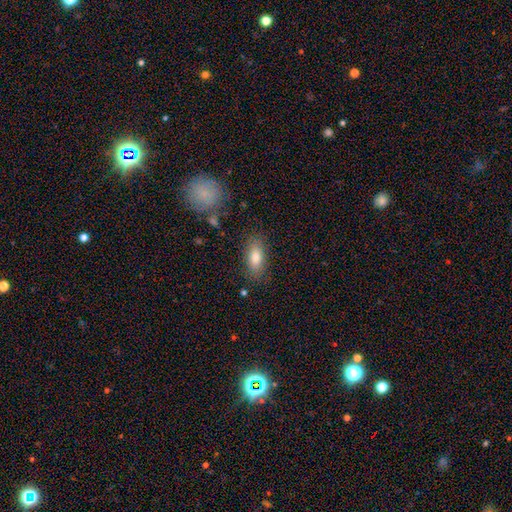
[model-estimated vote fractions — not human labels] Smooth or featured?
  - smooth: 79% *
  - featured or disk: 13%
  - star or artifact: 9%
How rounded?
  - in between: 80% *
  - cigar-shaped: 16%
  - round: 4%
Merging?
  - none: 83% *
  - minor disturbance: 11%
  - major disturbance: 3%
  - merger: 2%